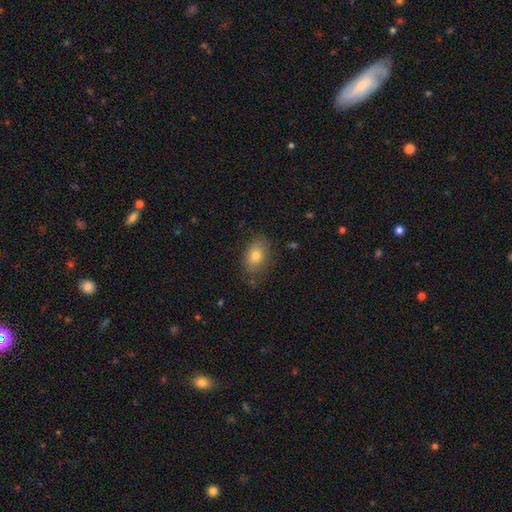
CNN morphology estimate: smooth 80%, featured or disk 11%, star or artifact 9%. Down the decision tree: how rounded — in between (80%); merging — none (76%).